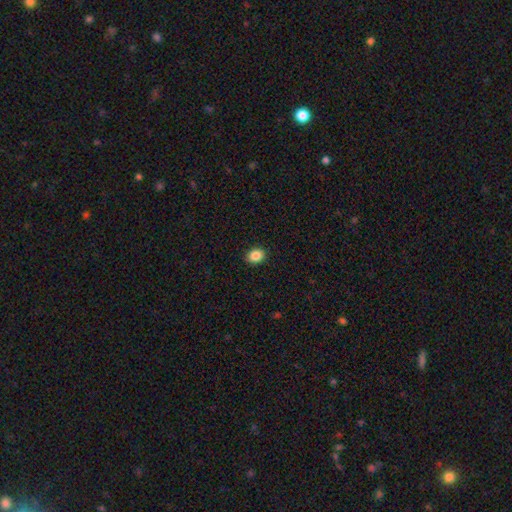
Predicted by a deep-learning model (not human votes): This is clearly a smooth galaxy (87%). How rounded: possibly round (50%). Merging: clearly none (91%).